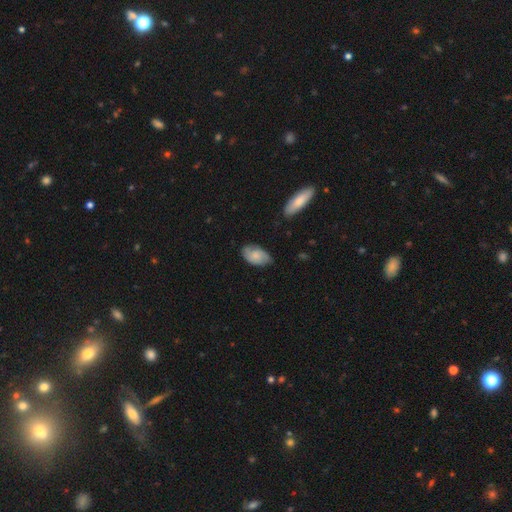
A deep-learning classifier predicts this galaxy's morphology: type=smooth (59%); roundness=in between (92%); merging=none (69%).